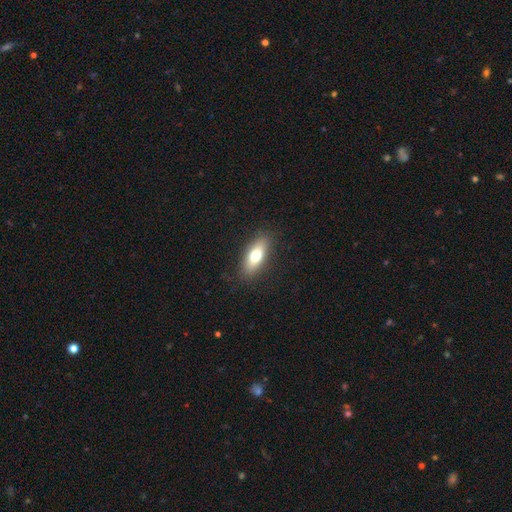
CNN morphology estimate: A smooth galaxy with no disk features (69%) that is in between round and cigar-shaped (69%). Merging: none (87%).